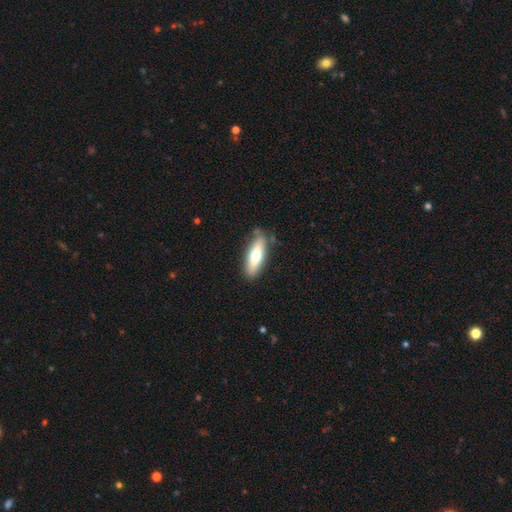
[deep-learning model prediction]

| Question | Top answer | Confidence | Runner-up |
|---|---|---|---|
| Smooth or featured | smooth | 63% | featured or disk (31%) |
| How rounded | in between | 54% | cigar-shaped (44%) |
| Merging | none | 80% | minor disturbance (15%) |